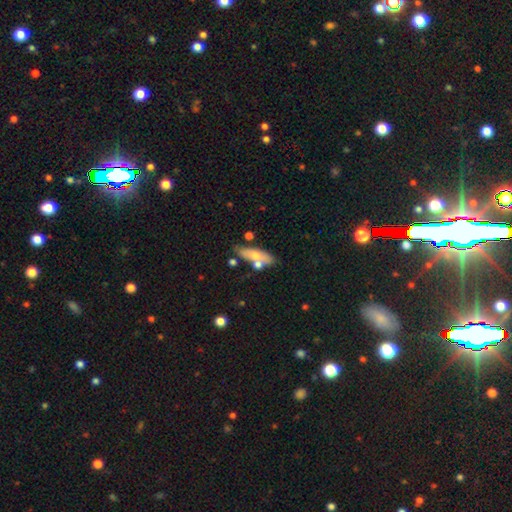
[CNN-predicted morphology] smooth 64%, featured or disk 29%, star or artifact 7%. Down the decision tree: how rounded — in between (54%); merging — none (61%).